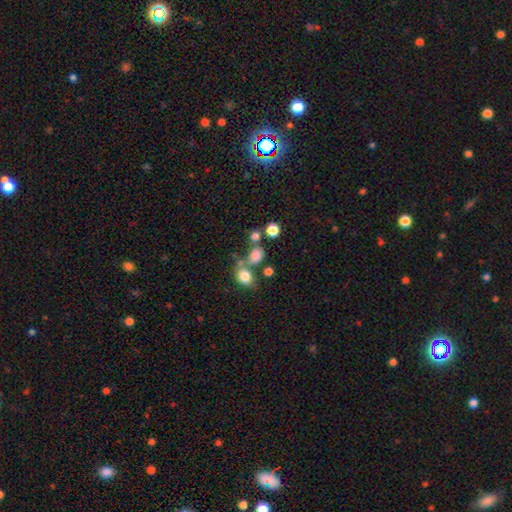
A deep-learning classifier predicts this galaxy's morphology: A smooth galaxy with no disk features (75%) that is round (52%).

Vote fractions:
- Smooth or featured? smooth: 75% / star or artifact: 14% / featured or disk: 10%
- How rounded? round: 52% / in between: 46% / cigar-shaped: 2%
- Merging? none: 49% / merger: 32% / minor disturbance: 12% / major disturbance: 7%